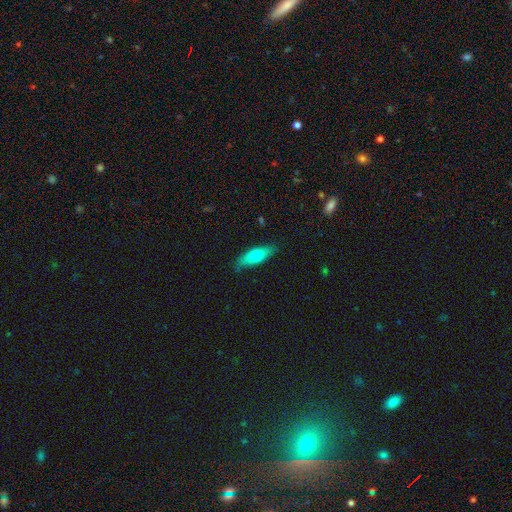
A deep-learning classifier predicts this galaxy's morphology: smooth-or-featured: smooth: 66% | featured or disk: 28% | star or artifact: 6%
  how-rounded: in between: 57% | cigar-shaped: 40% | round: 3%
  merging: none: 81% | minor disturbance: 15% | major disturbance: 3% | merger: 1%